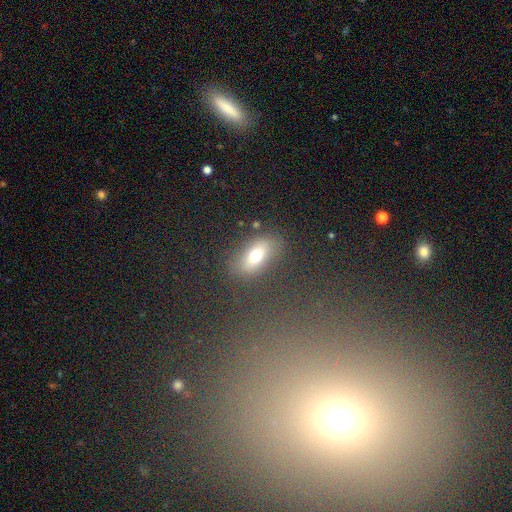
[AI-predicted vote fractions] Q: Smooth or featured?
A: smooth (70%); runner-up: featured or disk (17%)
Q: How rounded?
A: in between (79%); runner-up: cigar-shaped (11%)
Q: Merging?
A: none (79%); runner-up: minor disturbance (12%)